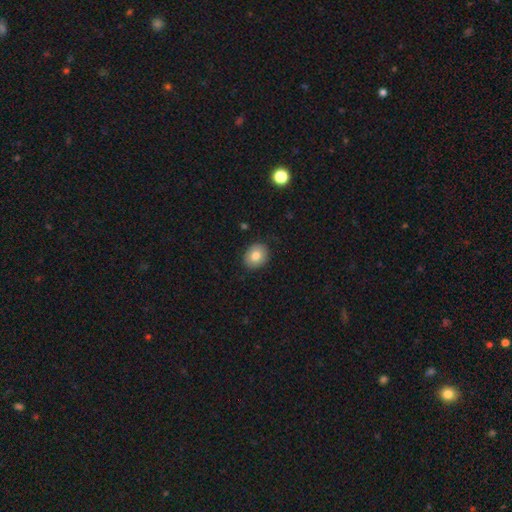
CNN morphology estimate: Overall: smooth (79%). How rounded: round (54%; in between 45%). Merging: none (87%).